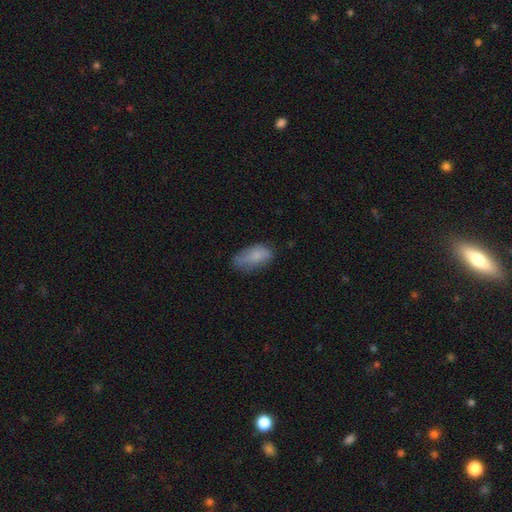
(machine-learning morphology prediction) Smooth or featured?
  - smooth: 78% *
  - featured or disk: 14%
  - star or artifact: 8%
How rounded?
  - in between: 89% *
  - cigar-shaped: 8%
  - round: 3%
Merging?
  - none: 56% *
  - minor disturbance: 31%
  - major disturbance: 11%
  - merger: 2%